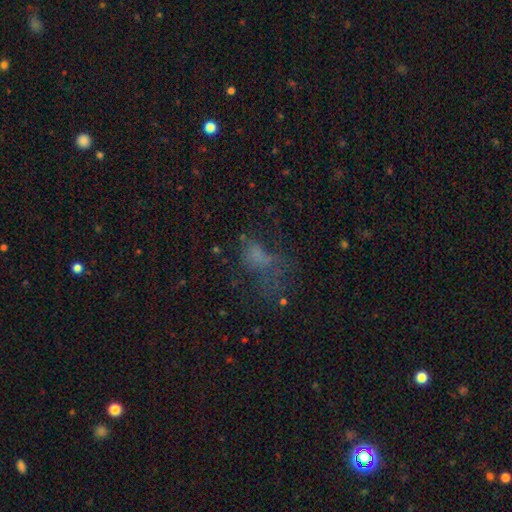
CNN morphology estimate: Overall: smooth (46%; star or artifact 28%). Merging: major disturbance (46%; none 31%).